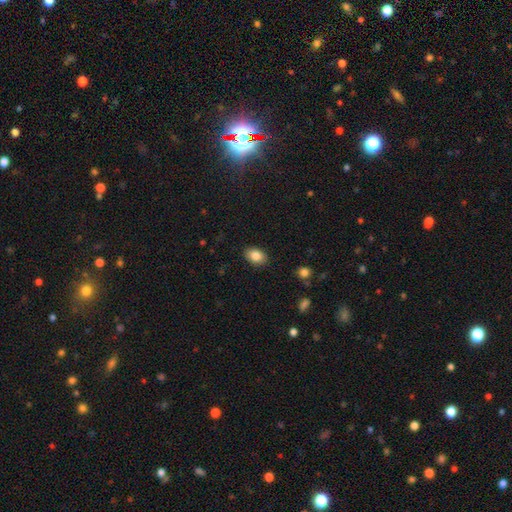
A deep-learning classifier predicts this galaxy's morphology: smooth 84%, star or artifact 8%, featured or disk 7%. Down the decision tree: how rounded — in between (80%); merging — none (87%).